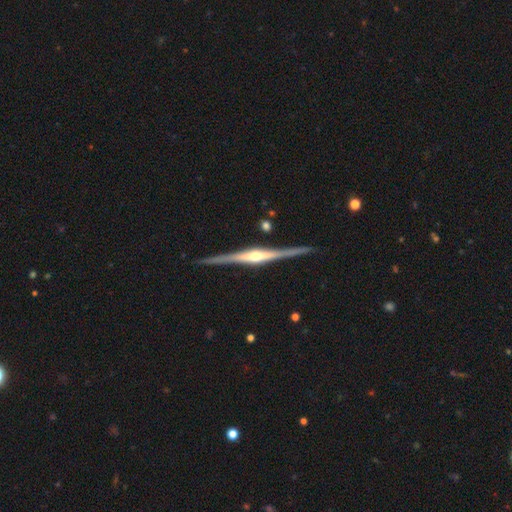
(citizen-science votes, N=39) This appears to be a featured or disk galaxy (95%) viewed edge-on (100%) with a rounded central bulge (95%). Merging: none (87%).